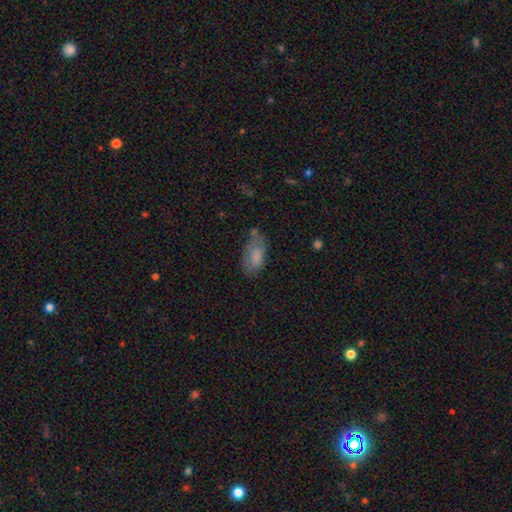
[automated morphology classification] smooth_or_featured: smooth (p=0.77) [alt: featured or disk p=0.15]
how_rounded: in between (p=0.92) [alt: cigar-shaped p=0.05]
merging: none (p=0.53) [alt: minor disturbance p=0.29]